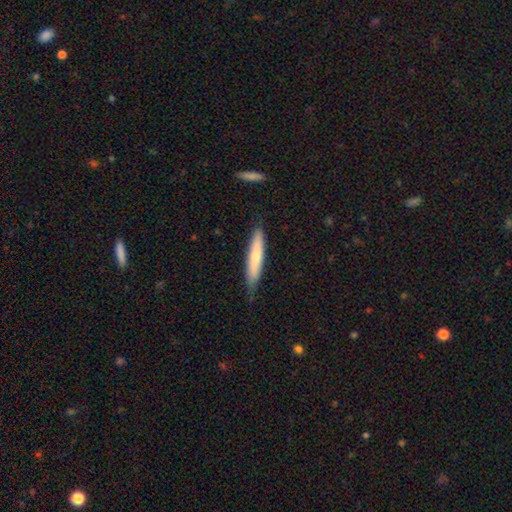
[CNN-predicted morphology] This is likely a smooth galaxy (66%). How rounded: clearly cigar-shaped (90%). Merging: likely none (76%).